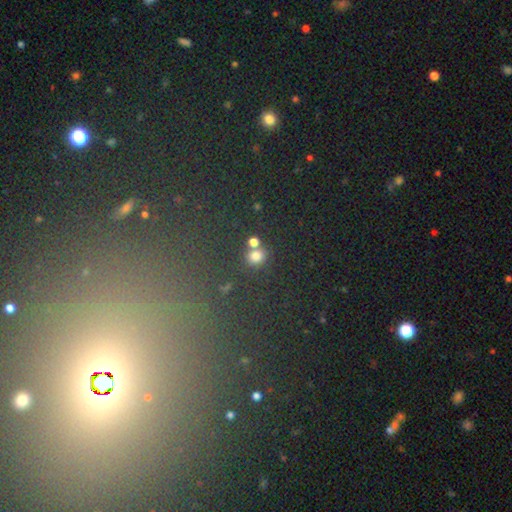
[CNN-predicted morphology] smooth 71%, star or artifact 22%, featured or disk 7%. Down the decision tree: how rounded — round (78%); merging — none (67%).